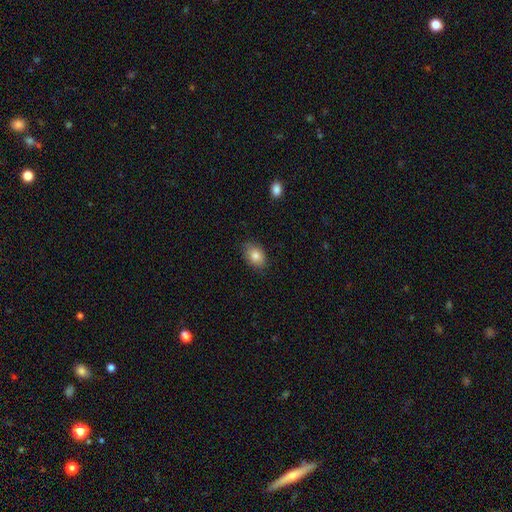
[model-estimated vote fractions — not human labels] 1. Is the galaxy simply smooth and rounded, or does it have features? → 82% smooth, 10% featured or disk, 8% star or artifact.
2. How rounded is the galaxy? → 76% in between, 23% round, 1% cigar-shaped.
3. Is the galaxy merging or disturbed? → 81% none, 15% minor disturbance, 3% major disturbance, 1% merger.